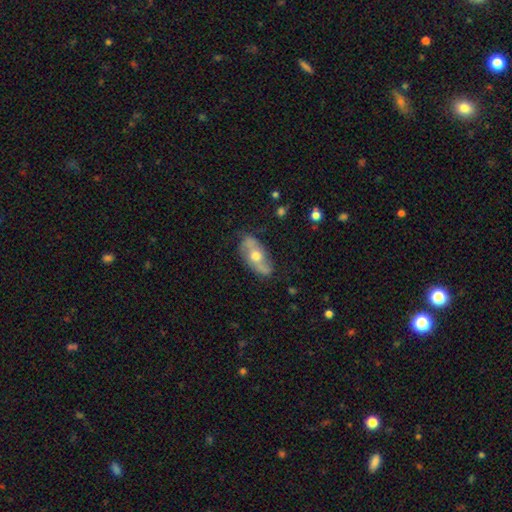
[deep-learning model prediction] Smooth or featured?
  - featured or disk: 61% *
  - smooth: 33%
  - star or artifact: 7%
Edge-on disk?
  - no: 82% *
  - yes: 18%
Merging?
  - none: 77% *
  - minor disturbance: 17%
  - major disturbance: 4%
  - merger: 2%